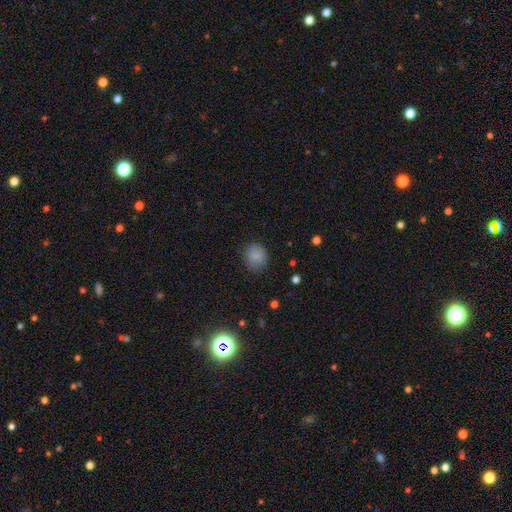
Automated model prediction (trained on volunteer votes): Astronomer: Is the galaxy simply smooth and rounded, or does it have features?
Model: smooth — 85%.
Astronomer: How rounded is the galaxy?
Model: round — 77%.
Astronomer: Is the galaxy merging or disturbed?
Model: none — 81%.